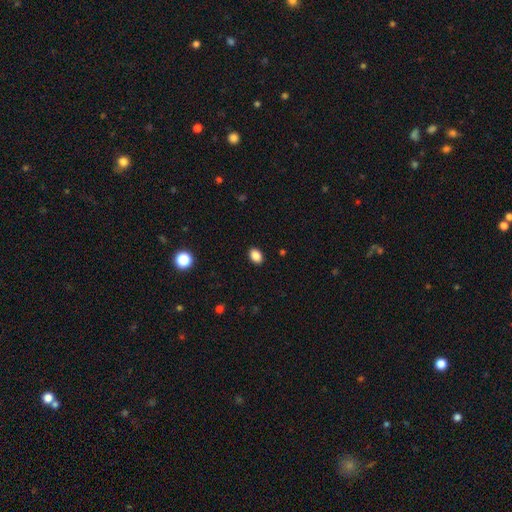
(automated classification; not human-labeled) This appears to be a smooth galaxy with no disk features (88%) that is in between round and cigar-shaped (80%). Merging: none (90%).